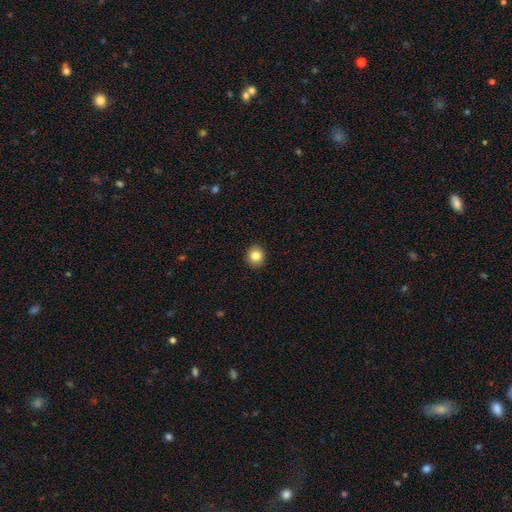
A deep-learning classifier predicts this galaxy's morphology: A smooth galaxy with no disk features (83%) that is round (81%). Merging: none (93%).